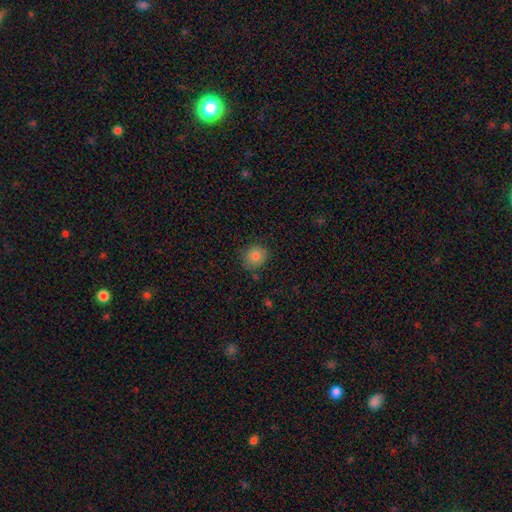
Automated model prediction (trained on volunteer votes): Smooth or featured? smooth (83%)
How rounded? round (77%)
Merging? none (80%)